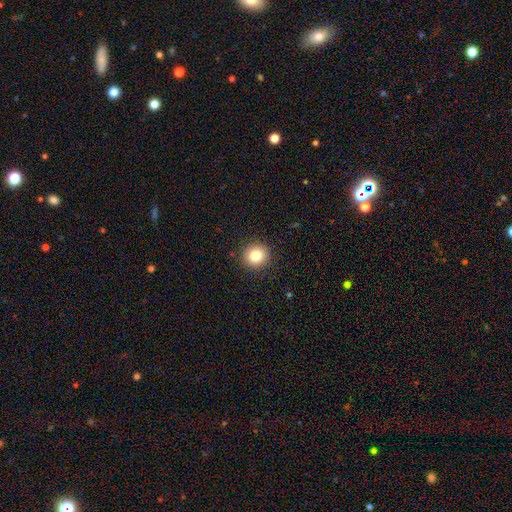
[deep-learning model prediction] Overall: smooth (82%). How rounded: round (89%). Merging: none (91%).